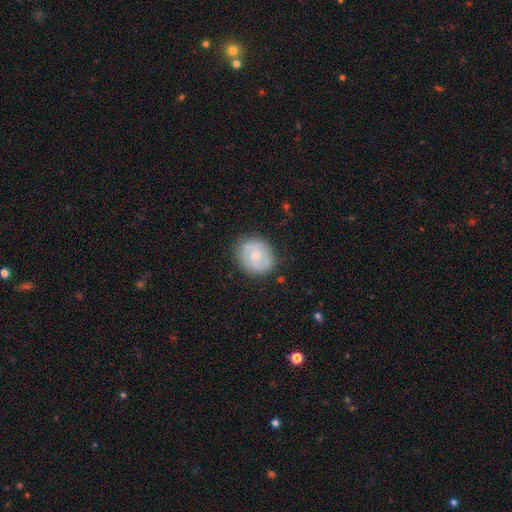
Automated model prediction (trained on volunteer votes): Smooth or featured?
  - featured or disk: 49% *
  - smooth: 45%
  - star or artifact: 7%
Merging?
  - none: 81% *
  - minor disturbance: 14%
  - major disturbance: 4%
  - merger: 1%